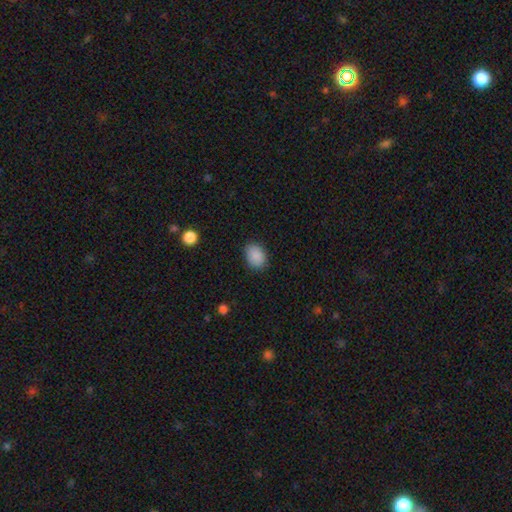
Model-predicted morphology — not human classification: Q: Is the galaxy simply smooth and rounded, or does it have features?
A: smooth — 89%.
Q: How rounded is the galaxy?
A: in between — 75%.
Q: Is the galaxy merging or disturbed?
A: none — 84%.